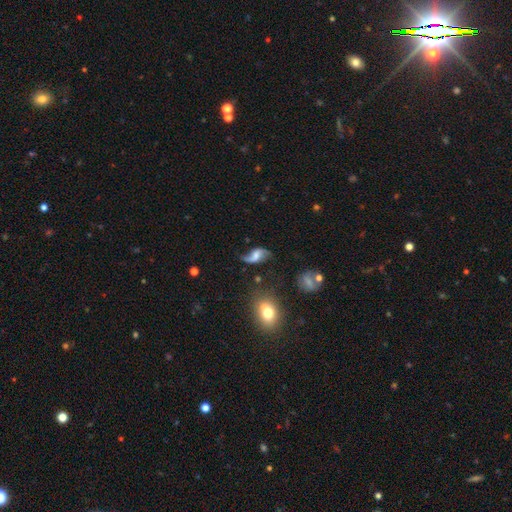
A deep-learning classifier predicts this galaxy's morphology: Smooth or featured? featured or disk (79%)
Edge-on disk? no (96%)
Bar? no (45%)
Spiral arms? yes (94%)
Spiral winding? loose (82%)
Spiral arm count? 2 (91%)
Bulge size? moderate (31%)
Merging? none (65%)